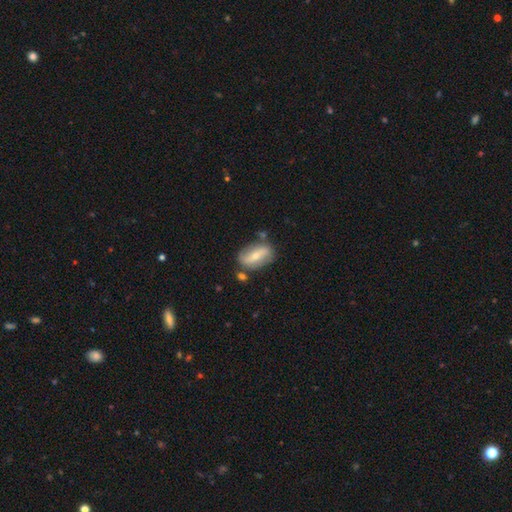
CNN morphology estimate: Smooth or featured? Predicted: featured or disk (p=0.55). Edge-on disk? Predicted: no (p=0.87). Merging? Predicted: none (p=0.72).